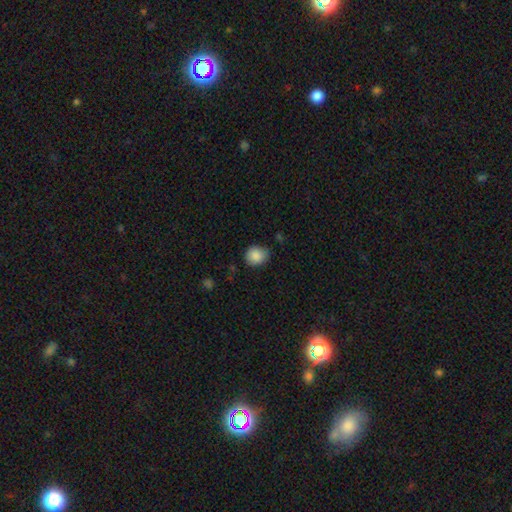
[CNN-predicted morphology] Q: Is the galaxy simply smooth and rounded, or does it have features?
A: smooth — 87%.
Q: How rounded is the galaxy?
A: round — 76%.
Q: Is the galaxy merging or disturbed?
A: none — 76%.